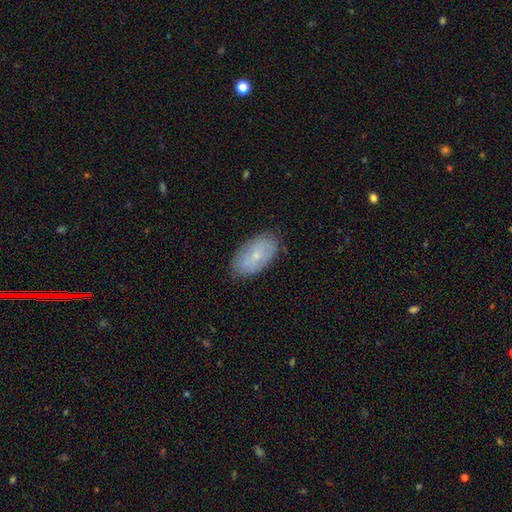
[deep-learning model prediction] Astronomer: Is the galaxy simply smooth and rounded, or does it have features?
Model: smooth — 61%.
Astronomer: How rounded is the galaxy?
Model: in between — 93%.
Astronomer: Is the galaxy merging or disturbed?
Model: none — 82%.